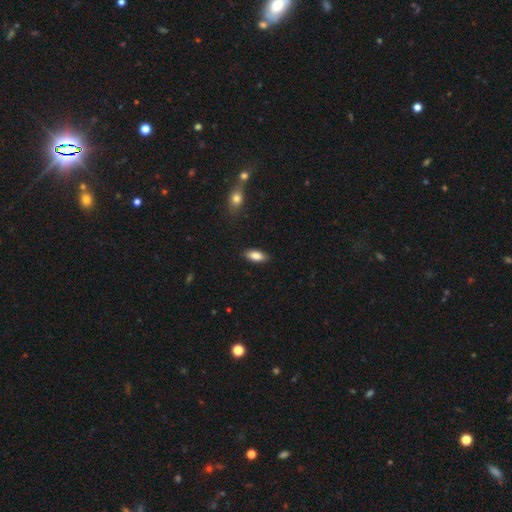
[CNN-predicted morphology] Q: Smooth or featured?
A: smooth (84%); runner-up: featured or disk (9%)
Q: How rounded?
A: in between (87%); runner-up: cigar-shaped (10%)
Q: Merging?
A: none (88%); runner-up: minor disturbance (9%)